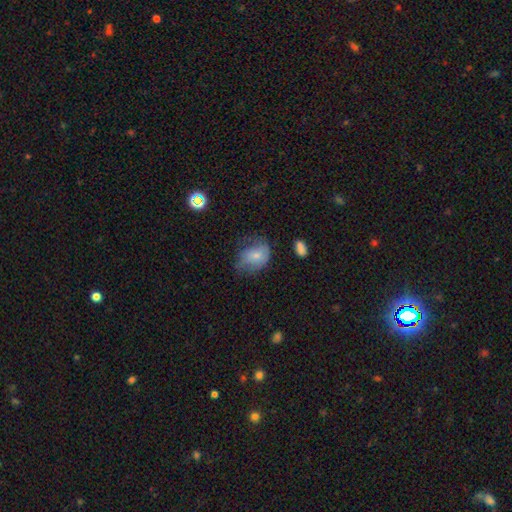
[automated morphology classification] Smooth or featured: smooth — 67% (featured or disk — 23%)
How rounded: in between — 67% (round — 31%)
Merging: none — 35% (minor disturbance — 34%)